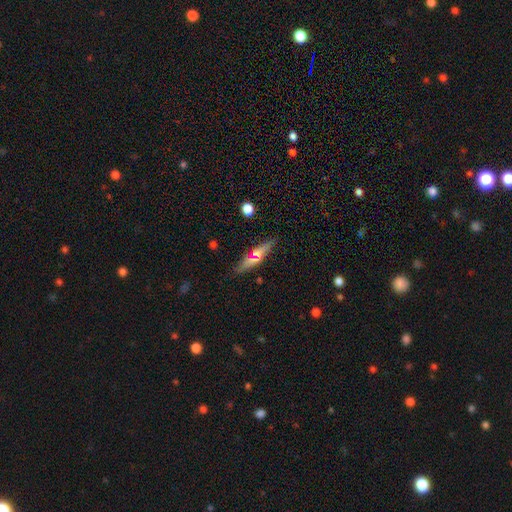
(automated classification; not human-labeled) Smooth or featured? smooth (53%)
How rounded? cigar-shaped (76%)
Merging? none (85%)